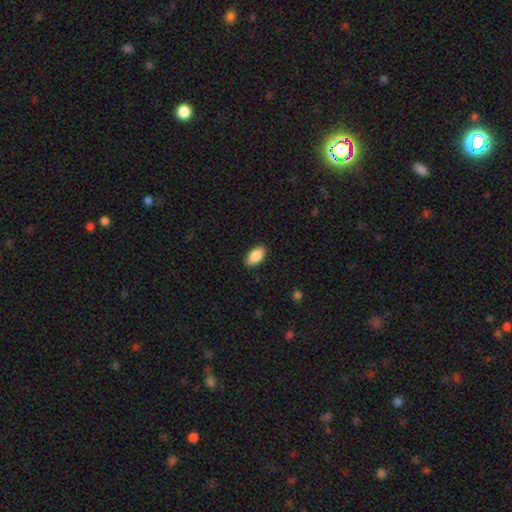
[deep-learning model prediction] Smooth or featured? Predicted: smooth (p=0.88). How rounded? Predicted: in between (p=0.93). Merging? Predicted: none (p=0.89).